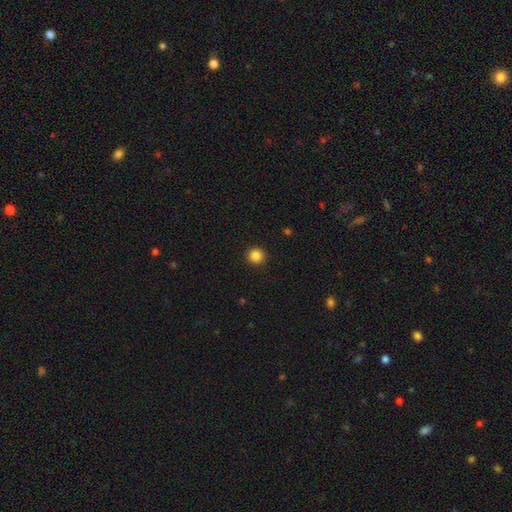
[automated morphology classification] Smooth or featured? Predicted: smooth (p=0.86). How rounded? Predicted: round (p=0.95). Merging? Predicted: none (p=0.93).